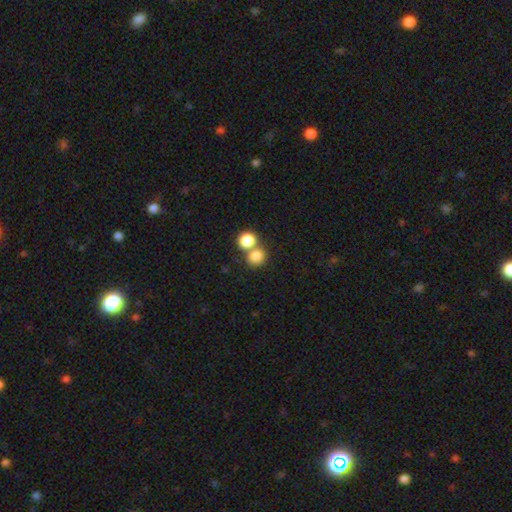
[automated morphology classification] Smooth or featured?
  - smooth: 81% *
  - star or artifact: 11%
  - featured or disk: 8%
How rounded?
  - round: 76% *
  - in between: 23%
  - cigar-shaped: 1%
Merging?
  - merger: 46% *
  - none: 45%
  - minor disturbance: 6%
  - major disturbance: 3%